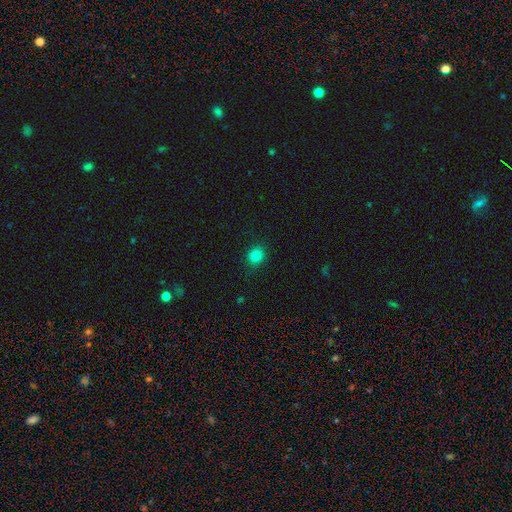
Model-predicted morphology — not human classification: The model was most divided on "how rounded": round: 82%, in between: 17%, cigar-shaped: 1%. More confident: merging — none (89%); smooth or featured — smooth (81%).